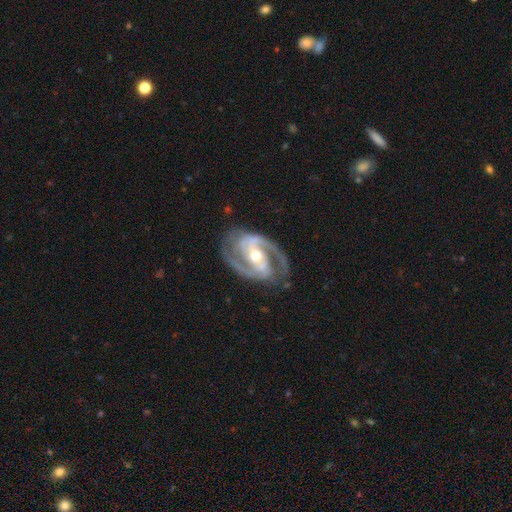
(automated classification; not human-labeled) A featured or disk galaxy (93%) with a strong bar (38%), 2 (88%) medium (56%) spiral arms (98%) and a moderate central bulge (69%). Merging: none (78%).